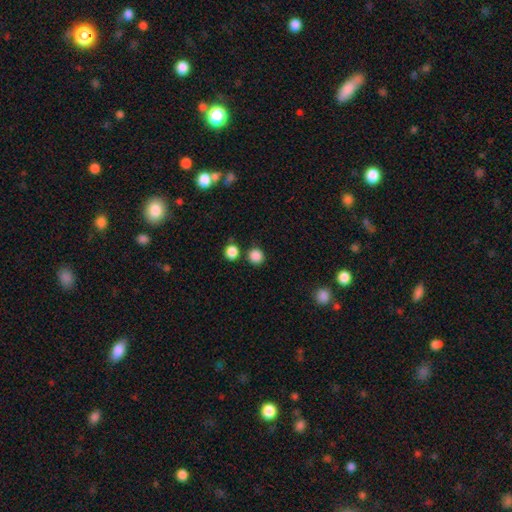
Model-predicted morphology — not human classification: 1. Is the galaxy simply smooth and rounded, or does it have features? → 86% smooth, 11% star or artifact, 3% featured or disk.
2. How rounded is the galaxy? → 92% round, 7% in between, 1% cigar-shaped.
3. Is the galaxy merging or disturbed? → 82% none, 8% merger, 7% minor disturbance, 3% major disturbance.